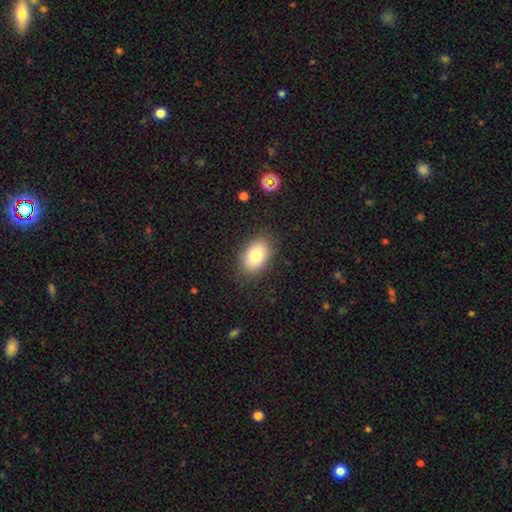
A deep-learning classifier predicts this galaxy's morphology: smooth-or-featured: smooth: 81% | featured or disk: 11% | star or artifact: 8%
  how-rounded: in between: 86% | round: 13% | cigar-shaped: 1%
  merging: none: 86% | minor disturbance: 10% | major disturbance: 3% | merger: 1%